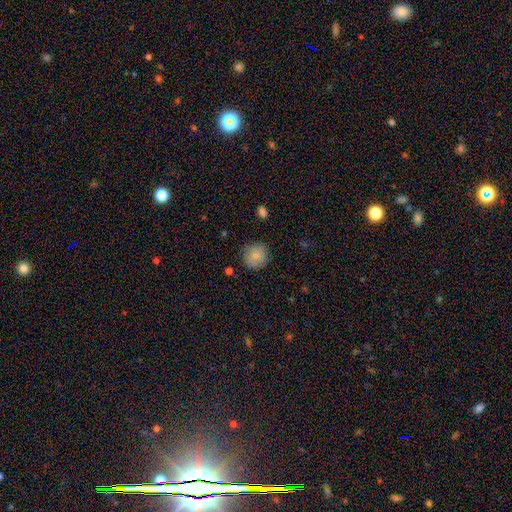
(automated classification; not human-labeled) Overall: smooth (85%). How rounded: round (91%). Merging: none (83%).